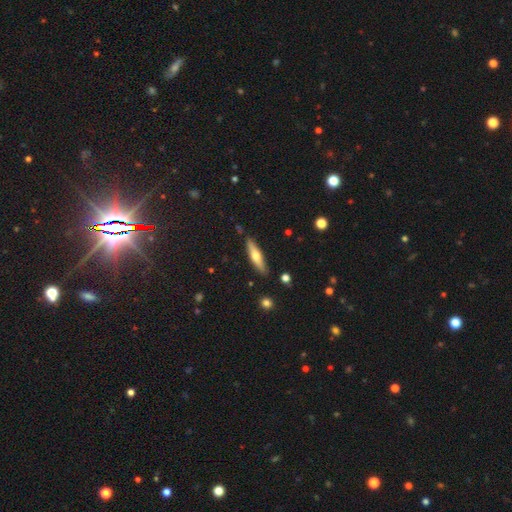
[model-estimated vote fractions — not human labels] Smooth or featured?
  - featured or disk: 49% *
  - smooth: 45%
  - star or artifact: 6%
Merging?
  - none: 87% *
  - minor disturbance: 9%
  - major disturbance: 2%
  - merger: 2%